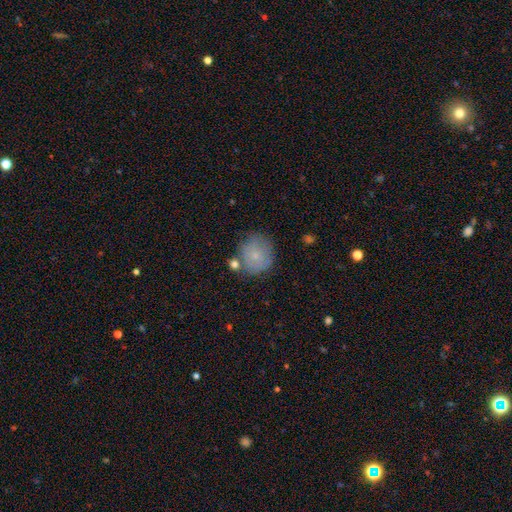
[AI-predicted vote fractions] Smooth or featured? Predicted: smooth (p=0.75). How rounded? Predicted: round (p=0.86). Merging? Predicted: none (p=0.68).